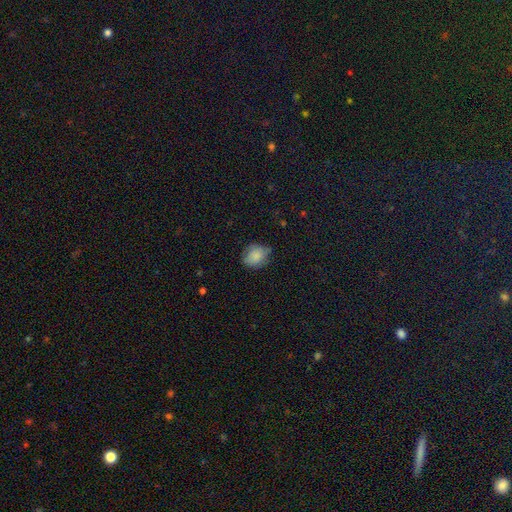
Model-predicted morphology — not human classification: This is clearly a smooth galaxy (81%). How rounded: possibly round (59%). Merging: likely none (61%).